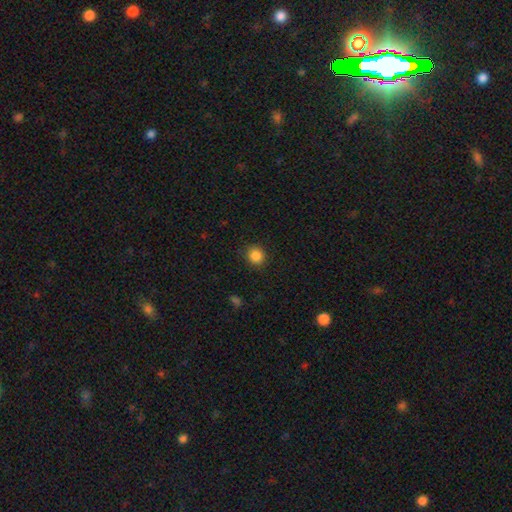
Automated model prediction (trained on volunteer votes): This appears to be a smooth galaxy with no disk features (86%) that is round (85%). Merging: none (88%).